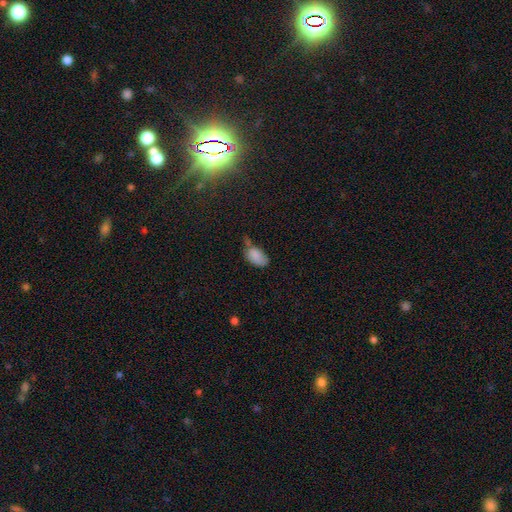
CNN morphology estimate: Smooth or featured? Predicted: smooth (p=0.83). How rounded? Predicted: in between (p=0.92). Merging? Predicted: minor disturbance (p=0.38).